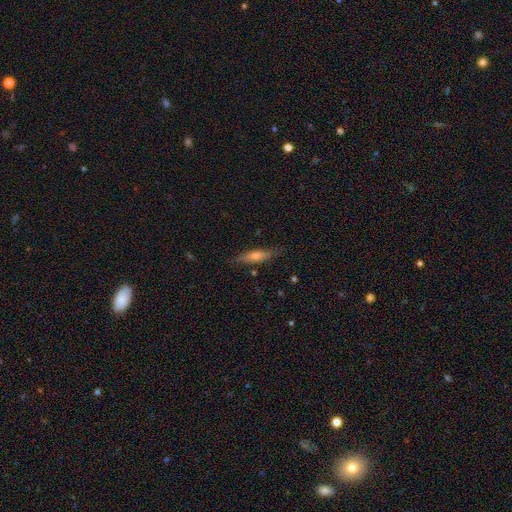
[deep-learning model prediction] featured or disk 49%, smooth 44%, star or artifact 7%. Down the decision tree: merging — none (83%).